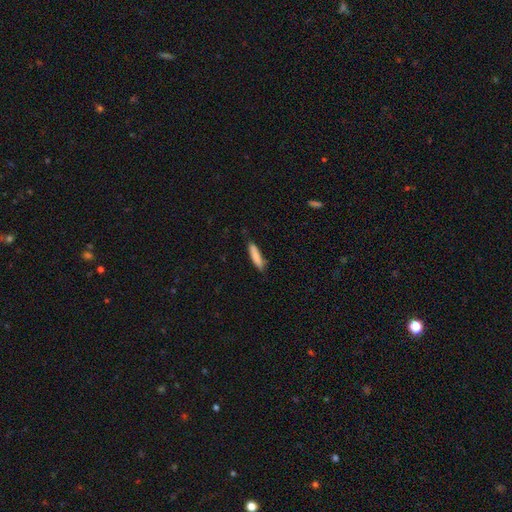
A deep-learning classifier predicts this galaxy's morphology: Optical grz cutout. It shows a smooth galaxy with no disk features (84%) that is cigar-shaped (84%). Merging: none (83%).